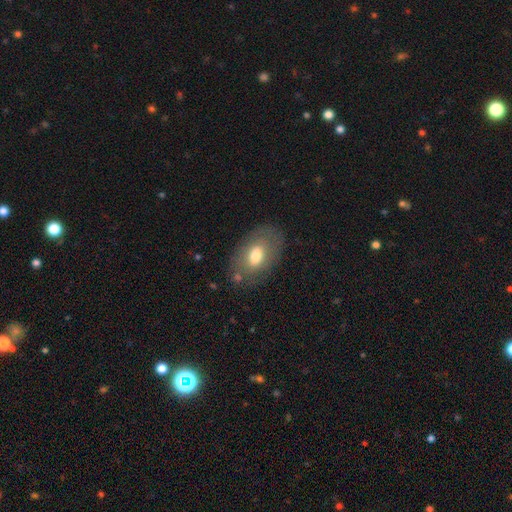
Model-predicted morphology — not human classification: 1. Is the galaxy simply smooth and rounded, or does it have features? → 65% smooth, 27% featured or disk, 7% star or artifact.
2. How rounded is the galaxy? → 89% in between, 10% round, 1% cigar-shaped.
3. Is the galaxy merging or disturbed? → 75% none, 15% minor disturbance, 6% major disturbance, 3% merger.